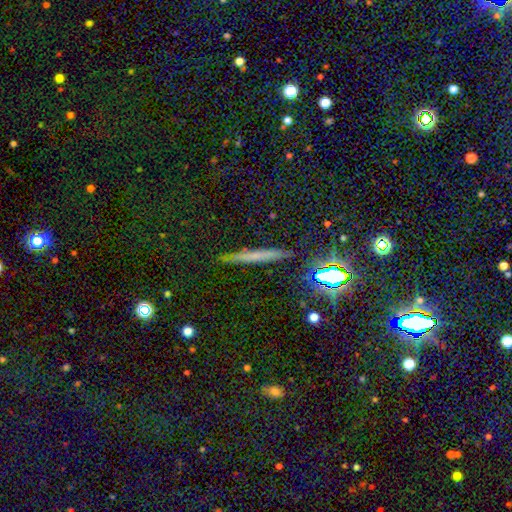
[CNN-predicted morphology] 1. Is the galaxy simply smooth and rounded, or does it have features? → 48% smooth, 30% featured or disk, 22% star or artifact.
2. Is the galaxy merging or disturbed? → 88% none, 8% minor disturbance, 2% major disturbance, 2% merger.